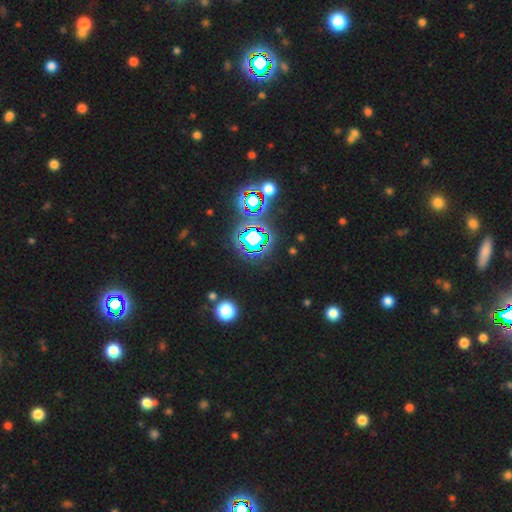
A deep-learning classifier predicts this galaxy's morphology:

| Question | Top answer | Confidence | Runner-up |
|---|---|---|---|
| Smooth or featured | star or artifact | 78% | smooth (15%) |